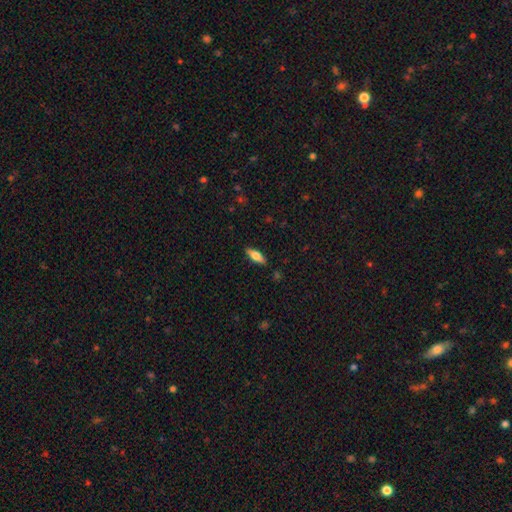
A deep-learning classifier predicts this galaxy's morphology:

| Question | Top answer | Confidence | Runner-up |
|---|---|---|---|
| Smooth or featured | smooth | 57% | featured or disk (36%) |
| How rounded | in between | 60% | cigar-shaped (37%) |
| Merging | none | 88% | minor disturbance (9%) |